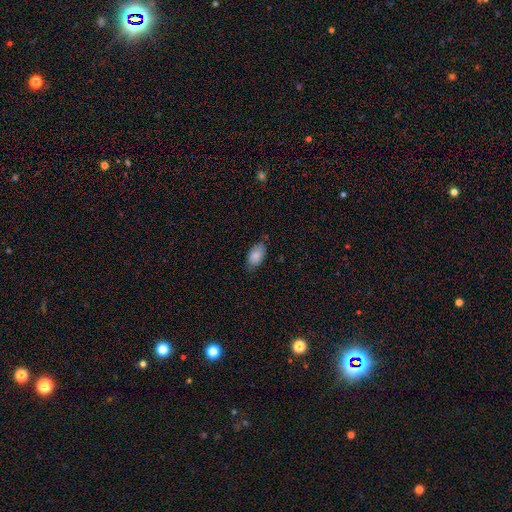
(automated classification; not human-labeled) smooth_or_featured: smooth (p=0.85) [alt: featured or disk p=0.09]
how_rounded: in between (p=0.93) [alt: round p=0.04]
merging: none (p=0.74) [alt: minor disturbance p=0.21]